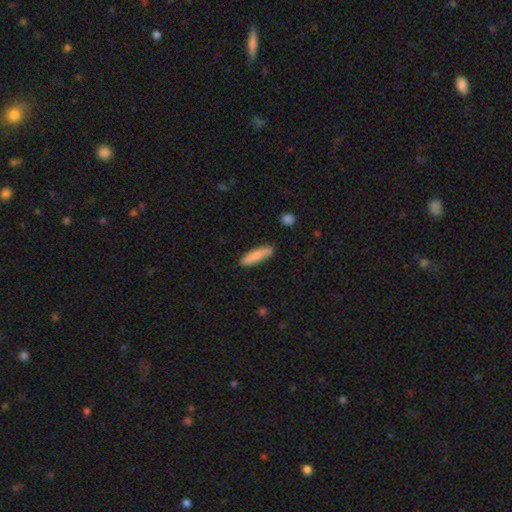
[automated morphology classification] A smooth galaxy with no disk features (84%) that is cigar-shaped (72%).

Vote fractions:
- Smooth or featured? smooth: 84% / featured or disk: 10% / star or artifact: 6%
- How rounded? cigar-shaped: 72% / in between: 27% / round: 2%
- Merging? none: 86% / minor disturbance: 10% / major disturbance: 2% / merger: 2%